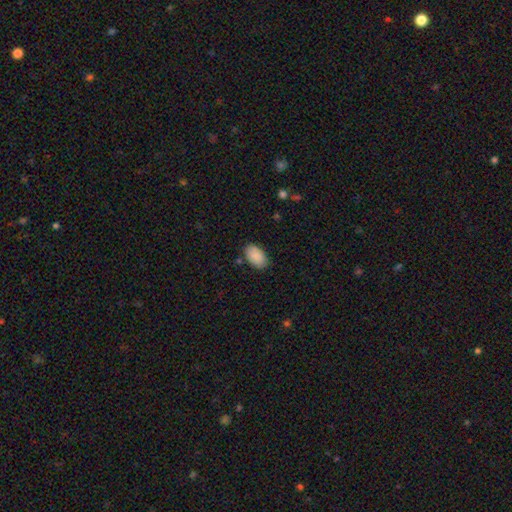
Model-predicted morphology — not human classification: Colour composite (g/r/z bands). It shows a smooth galaxy with no disk features (89%) that is in between round and cigar-shaped (93%). Merging: none (83%).